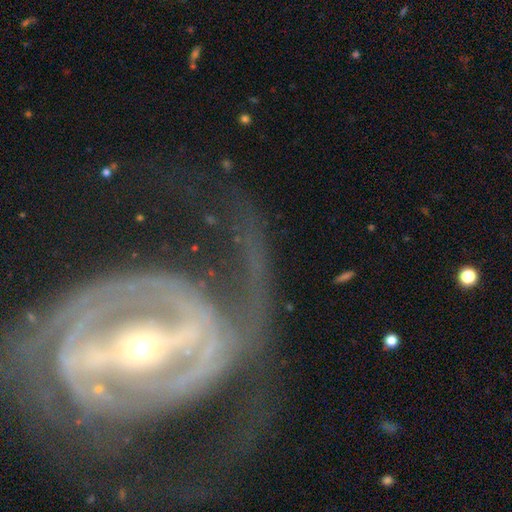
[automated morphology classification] Overall: featured or disk (79%). Edge-on disk: no (92%). Bar: strong (41%; no 30%). Spiral arms: yes (82%). Spiral arm count: 2 (60%). Spiral winding: medium (38%; tight 36%). Bulge size: small (61%; moderate 28%). Merging: none (43%; major disturbance 33%).